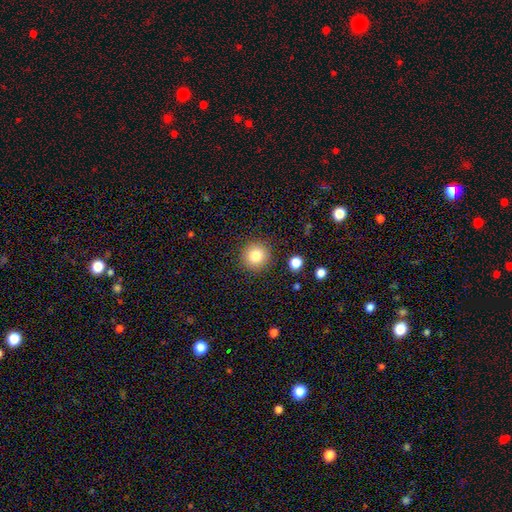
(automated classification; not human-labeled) smooth_or_featured: smooth (p=0.82) [alt: star or artifact p=0.11]
how_rounded: round (p=0.94) [alt: in between p=0.05]
merging: none (p=0.89) [alt: minor disturbance p=0.06]